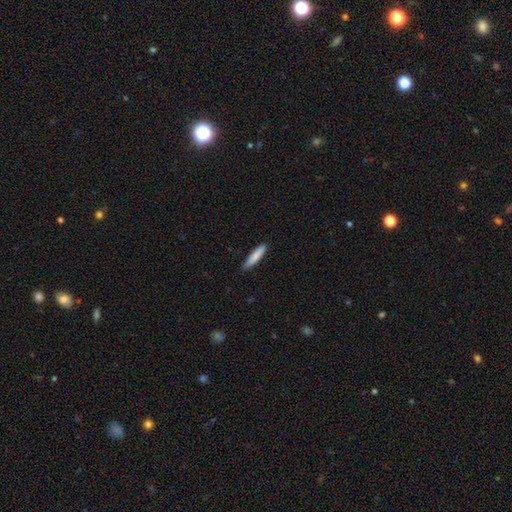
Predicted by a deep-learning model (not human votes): This appears to be a smooth galaxy with no disk features (83%) that is cigar-shaped (85%). Merging: none (85%).